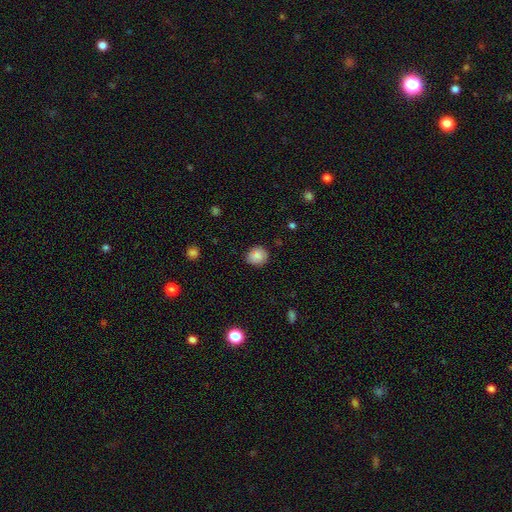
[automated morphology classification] Smooth or featured? Predicted: smooth (p=0.84). How rounded? Predicted: round (p=0.79). Merging? Predicted: none (p=0.82).